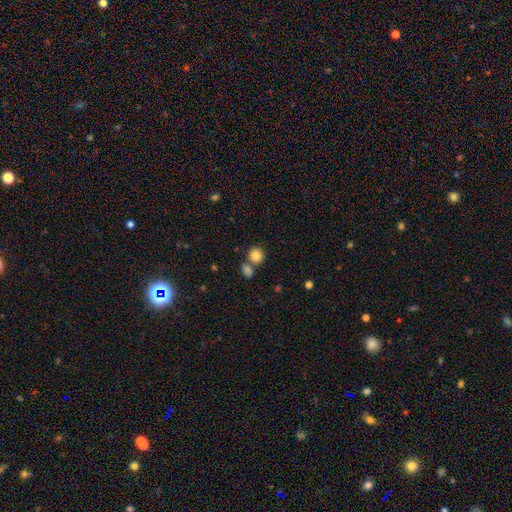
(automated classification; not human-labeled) smooth 84%, star or artifact 10%, featured or disk 6%. Down the decision tree: how rounded — round (81%); merging — none (59%).